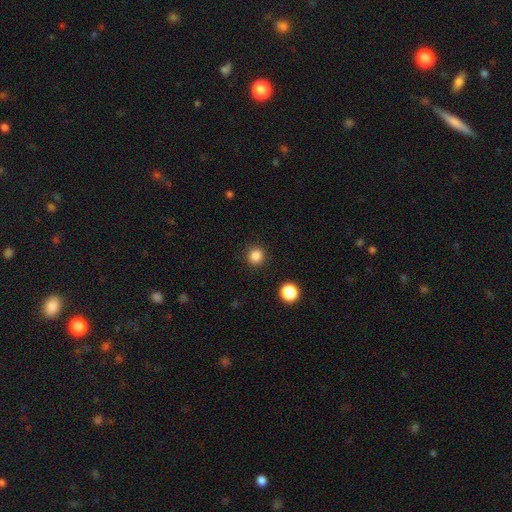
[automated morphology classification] The model was most divided on "smooth or featured": smooth: 85%, star or artifact: 12%, featured or disk: 4%. More confident: how rounded — round (93%); merging — none (91%).